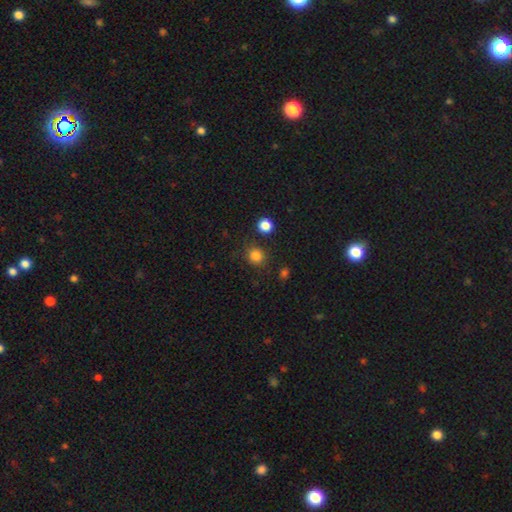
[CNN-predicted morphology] Smooth or featured: smooth — 82% (star or artifact — 14%)
How rounded: round — 89% (in between — 10%)
Merging: none — 84% (minor disturbance — 9%)